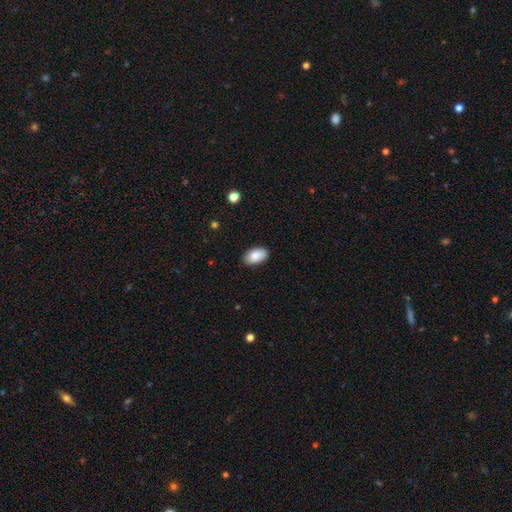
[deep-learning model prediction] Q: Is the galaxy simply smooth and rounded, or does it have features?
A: smooth — 88%.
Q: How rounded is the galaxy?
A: in between — 94%.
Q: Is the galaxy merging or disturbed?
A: none — 87%.